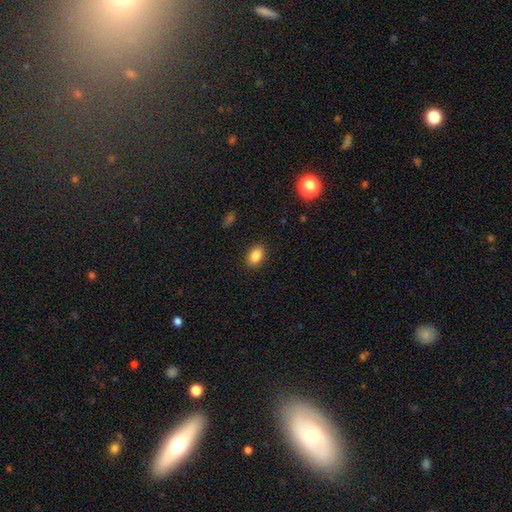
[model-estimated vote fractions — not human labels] A smooth galaxy with no disk features (86%) that is in between round and cigar-shaped (84%). Merging: none (89%).